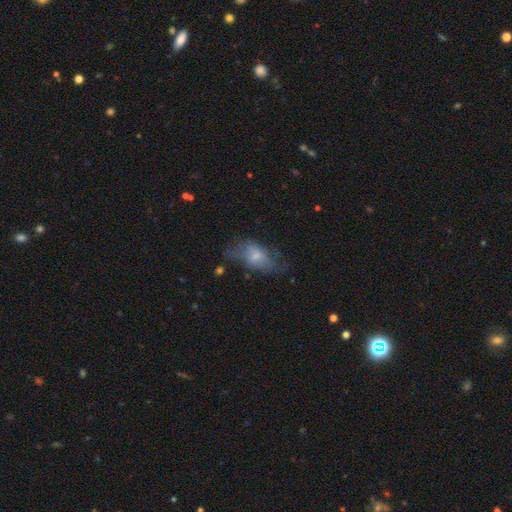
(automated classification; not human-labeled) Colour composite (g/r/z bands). It shows a smooth galaxy with no disk features (53%) that is in between round and cigar-shaped (87%). Merging: none (45%).